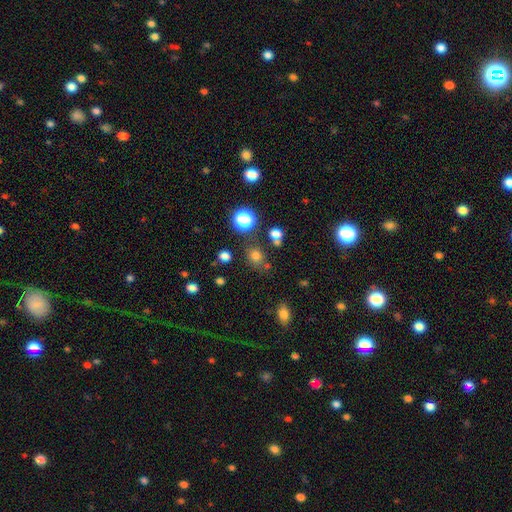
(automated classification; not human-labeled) smooth_or_featured: smooth (p=0.73) [alt: star or artifact p=0.20]
how_rounded: round (p=0.70) [alt: in between p=0.29]
merging: none (p=0.70) [alt: minor disturbance p=0.14]